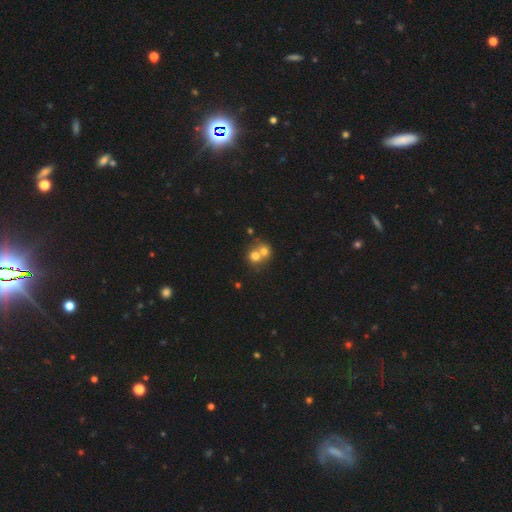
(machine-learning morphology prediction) A smooth galaxy with no disk features (70%) that is round (79%). Merging: merger (64%).